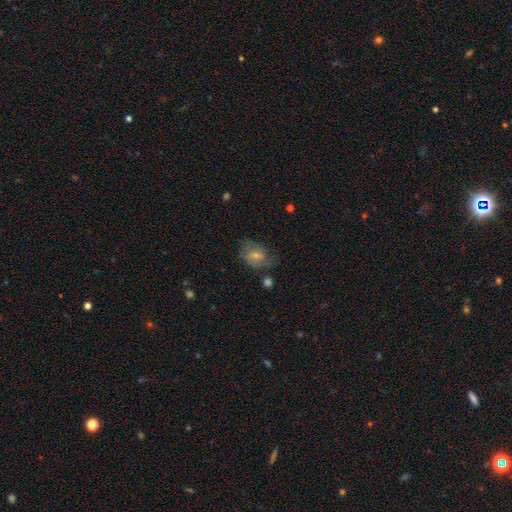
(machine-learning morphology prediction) Q: Smooth or featured?
A: smooth (53%); runner-up: featured or disk (38%)
Q: How rounded?
A: in between (68%); runner-up: round (31%)
Q: Merging?
A: none (49%); runner-up: minor disturbance (27%)